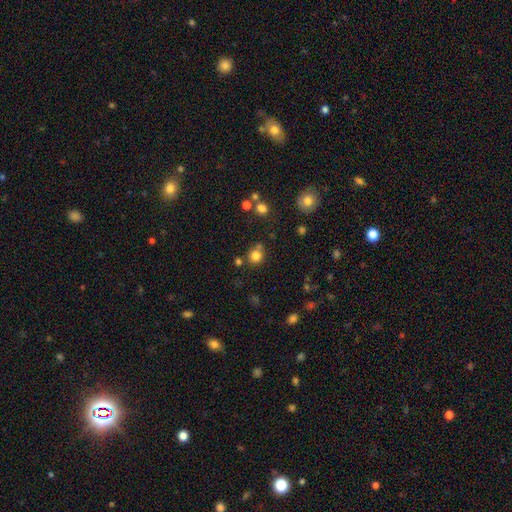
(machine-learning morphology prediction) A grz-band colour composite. It shows a smooth galaxy with no disk features (80%) that is round (88%). Merging: none (70%).